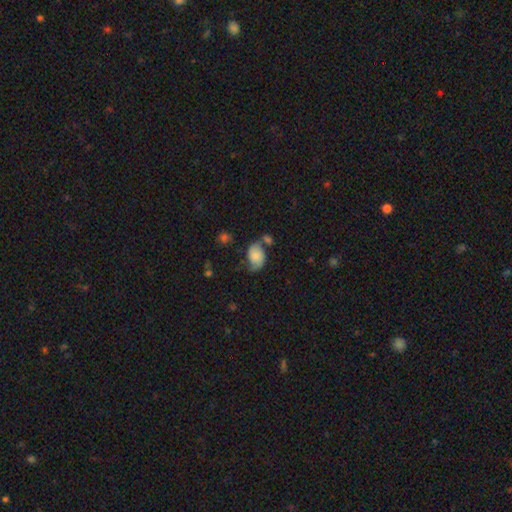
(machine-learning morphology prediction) smooth 55%, featured or disk 36%, star or artifact 9%. Down the decision tree: how rounded — in between (82%); merging — none (40%).